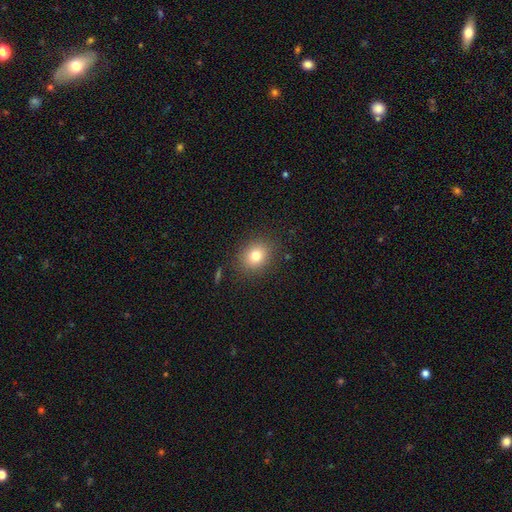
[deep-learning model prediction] This is likely a smooth galaxy (79%). How rounded: likely round (64%). Merging: clearly none (86%).